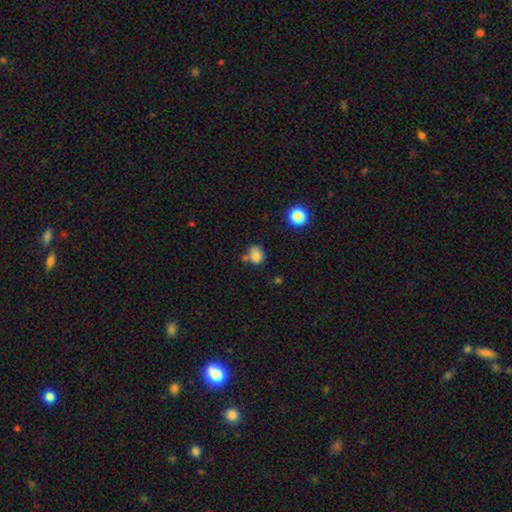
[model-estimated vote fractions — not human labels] Smooth or featured: smooth — 82% (star or artifact — 12%)
How rounded: in between — 57% (round — 41%)
Merging: none — 56% (minor disturbance — 20%)